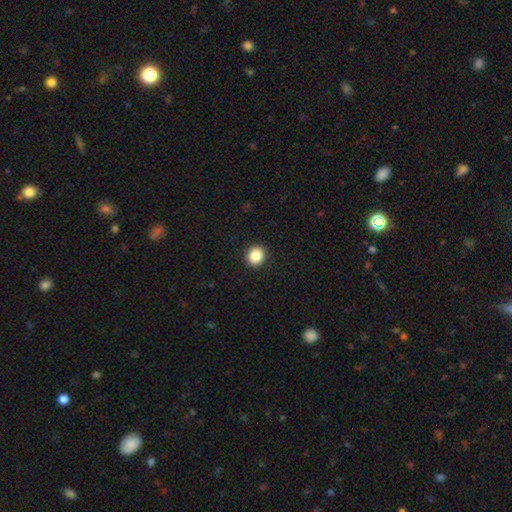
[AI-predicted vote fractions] Q: Smooth or featured?
A: smooth (86%); runner-up: star or artifact (10%)
Q: How rounded?
A: round (77%); runner-up: in between (22%)
Q: Merging?
A: none (92%); runner-up: minor disturbance (5%)